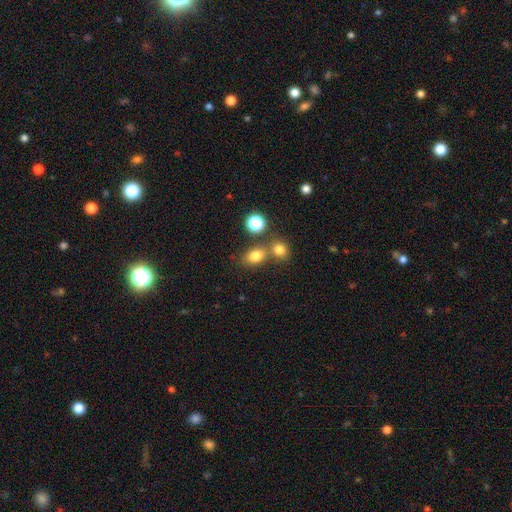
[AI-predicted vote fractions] smooth 78%, star or artifact 14%, featured or disk 8%. Down the decision tree: how rounded — in between (64%); merging — none (57%).